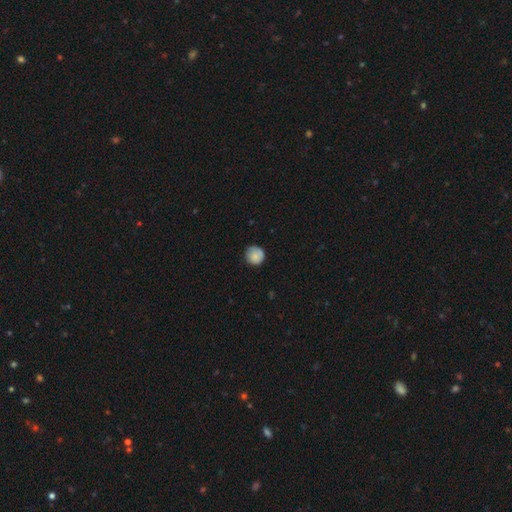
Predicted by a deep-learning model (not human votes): This appears to be a smooth galaxy with no disk features (80%) that is round (91%). Merging: none (74%).